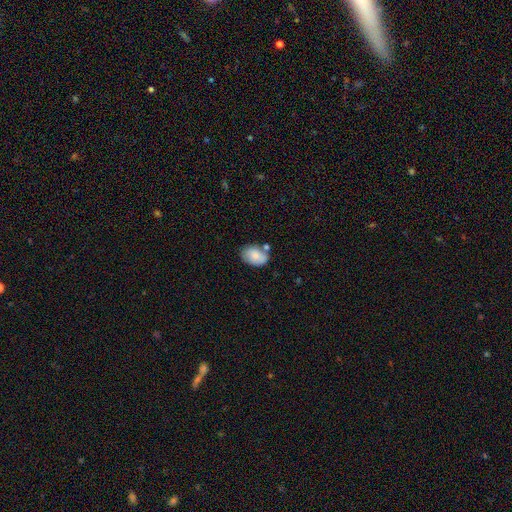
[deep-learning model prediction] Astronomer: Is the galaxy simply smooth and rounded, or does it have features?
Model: smooth — 80%.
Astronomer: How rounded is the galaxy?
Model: in between — 84%.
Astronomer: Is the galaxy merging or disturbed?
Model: none — 57%.